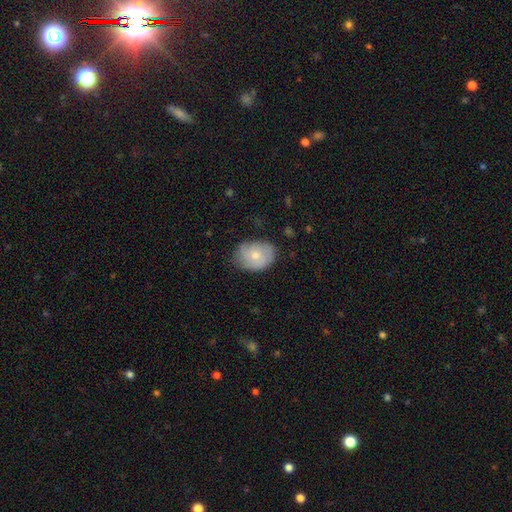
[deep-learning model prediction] A smooth galaxy with no disk features (61%) that is in between round and cigar-shaped (63%).

Vote fractions:
- Smooth or featured? smooth: 61% / featured or disk: 32% / star or artifact: 7%
- How rounded? in between: 63% / round: 36% / cigar-shaped: 1%
- Merging? none: 67% / minor disturbance: 25% / major disturbance: 6% / merger: 1%